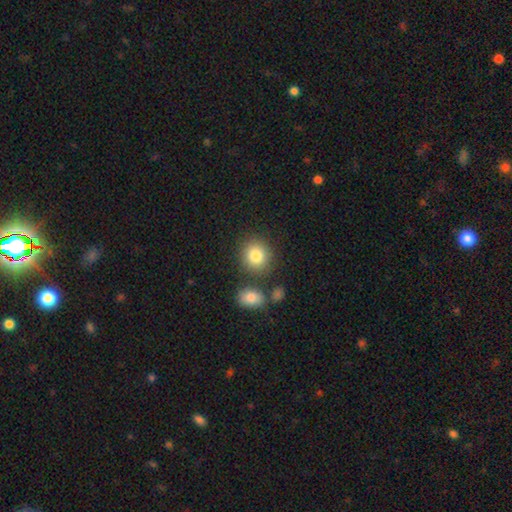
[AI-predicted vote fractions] Smooth or featured? smooth (83%)
How rounded? round (83%)
Merging? none (77%)